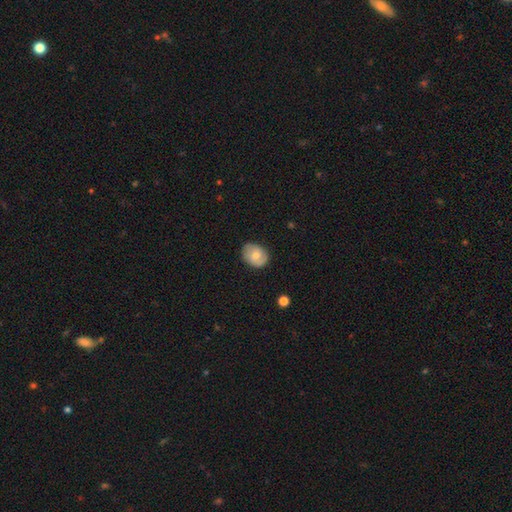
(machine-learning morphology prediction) Q: Smooth or featured?
A: smooth (62%); runner-up: featured or disk (31%)
Q: How rounded?
A: in between (54%); runner-up: round (45%)
Q: Merging?
A: none (77%); runner-up: minor disturbance (18%)